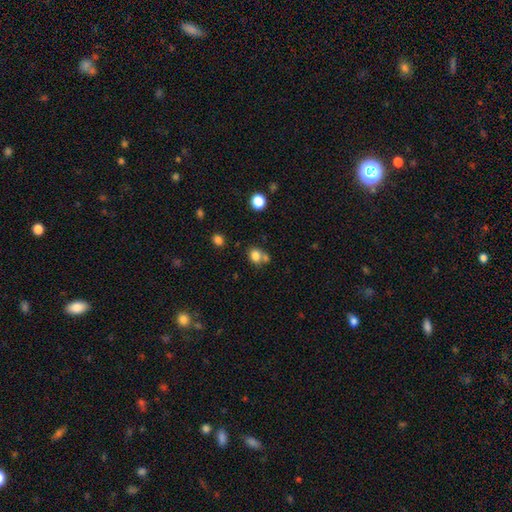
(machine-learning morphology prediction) type=smooth (80%); roundness=round (66%); merging=none (50%).